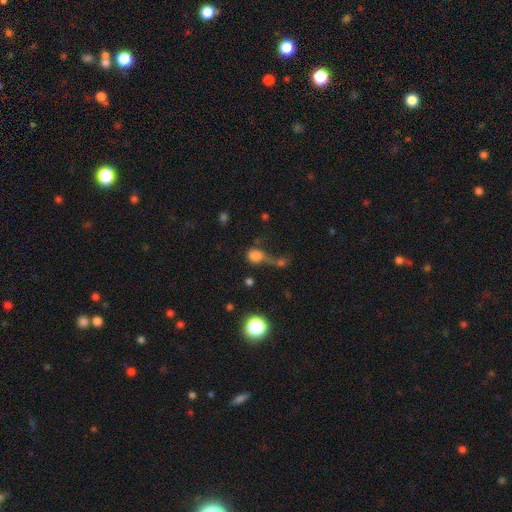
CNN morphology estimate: This appears to be a smooth galaxy with no disk features (74%) that is round (55%). Merging: merger (37%).